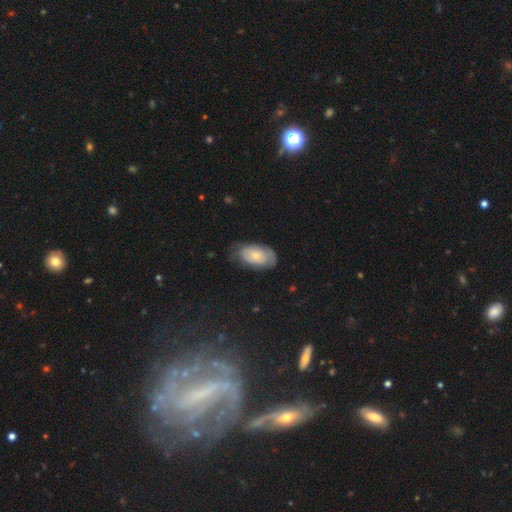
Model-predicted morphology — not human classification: Smooth or featured: smooth — 61% (featured or disk — 33%)
How rounded: in between — 93% (round — 5%)
Merging: none — 59% (minor disturbance — 30%)